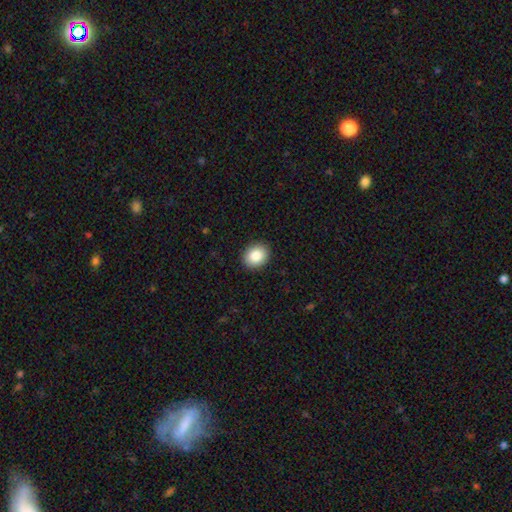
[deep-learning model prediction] Smooth or featured?
  - smooth: 86% *
  - star or artifact: 8%
  - featured or disk: 6%
How rounded?
  - round: 56% *
  - in between: 43%
  - cigar-shaped: 1%
Merging?
  - none: 91% *
  - minor disturbance: 6%
  - major disturbance: 2%
  - merger: 1%